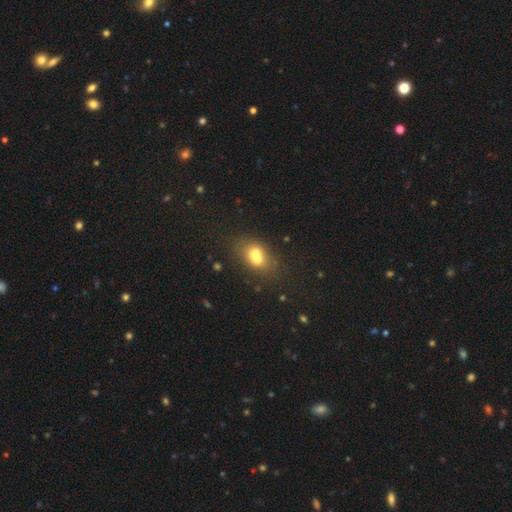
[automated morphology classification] smooth_or_featured: smooth (p=0.65) [alt: featured or disk p=0.23]
how_rounded: in between (p=0.63) [alt: round p=0.35]
merging: merger (p=0.54) [alt: none p=0.32]